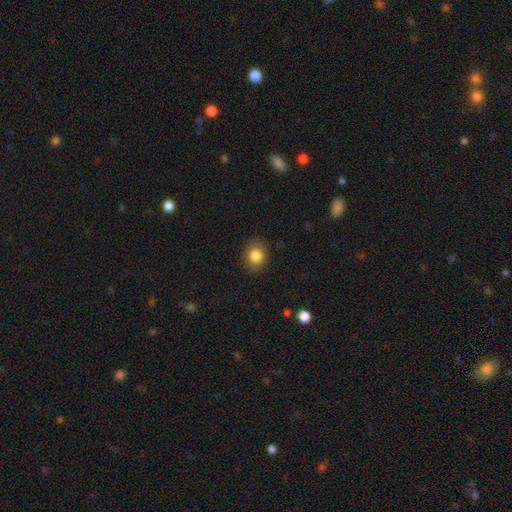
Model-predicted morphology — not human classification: Smooth or featured: smooth — 84% (star or artifact — 10%)
How rounded: round — 66% (in between — 33%)
Merging: none — 85% (minor disturbance — 11%)